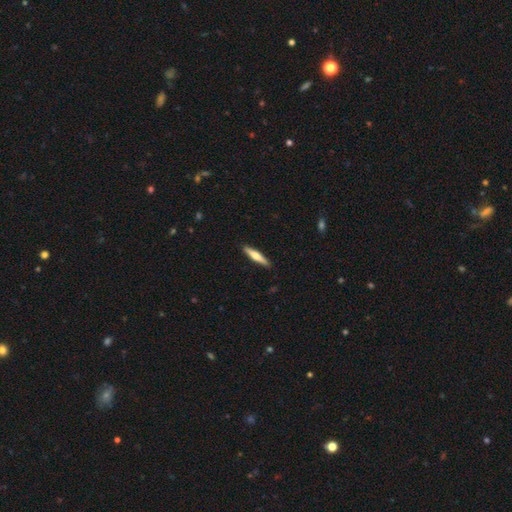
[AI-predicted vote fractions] A smooth galaxy with no disk features (55%) that is cigar-shaped (85%). Merging: none (90%).